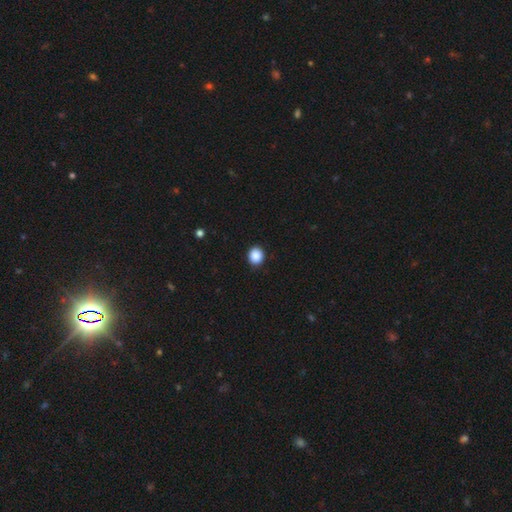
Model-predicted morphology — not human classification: Smooth or featured? Predicted: smooth (p=0.88). How rounded? Predicted: round (p=0.81). Merging? Predicted: none (p=0.92).